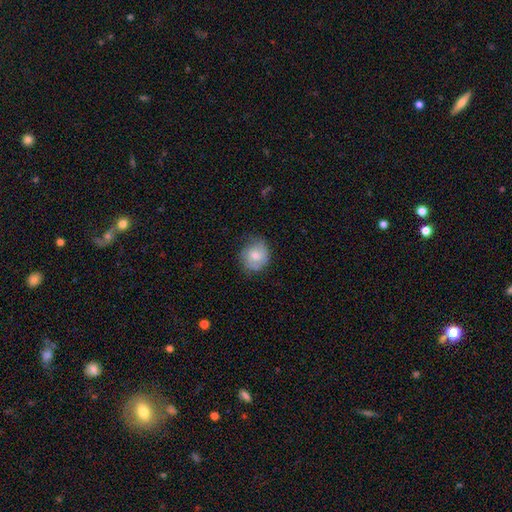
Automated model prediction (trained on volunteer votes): Overall: smooth (64%; featured or disk 29%). How rounded: round (77%). Merging: none (67%).